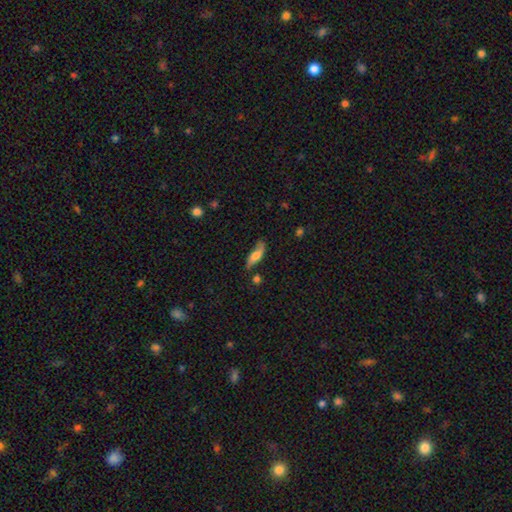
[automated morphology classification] Overall: smooth (48%; featured or disk 44%). Merging: none (61%; minor disturbance 26%).